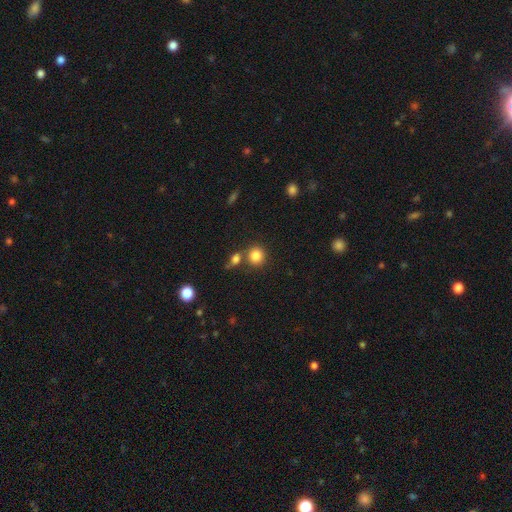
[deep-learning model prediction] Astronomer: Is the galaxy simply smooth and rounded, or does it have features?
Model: smooth — 84%.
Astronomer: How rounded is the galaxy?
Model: round — 87%.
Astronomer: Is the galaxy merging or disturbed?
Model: none — 69%.